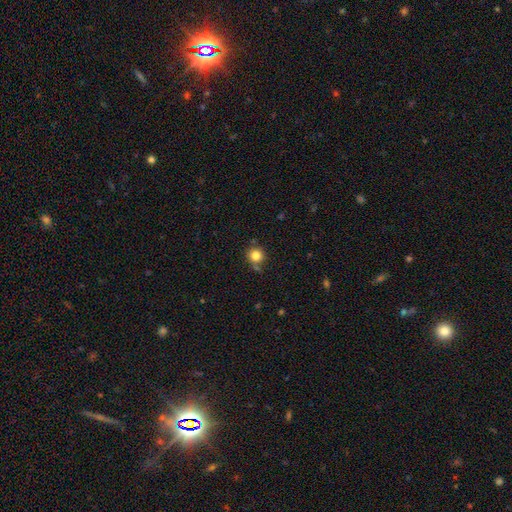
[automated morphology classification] A smooth galaxy with no disk features (82%) that is round (91%). Merging: none (74%).